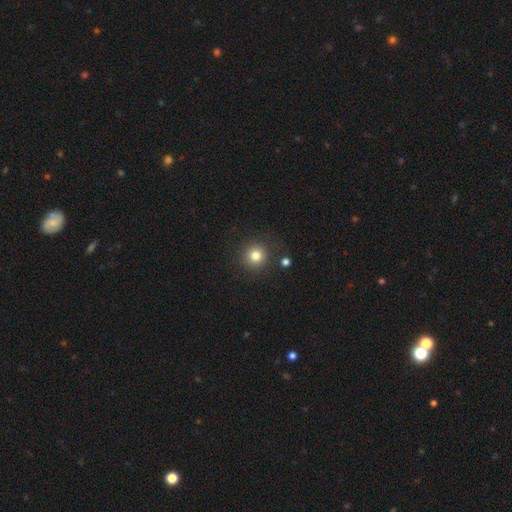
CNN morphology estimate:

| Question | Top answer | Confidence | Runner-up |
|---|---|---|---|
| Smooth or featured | smooth | 80% | star or artifact (13%) |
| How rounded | round | 94% | in between (5%) |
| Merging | none | 86% | minor disturbance (7%) |